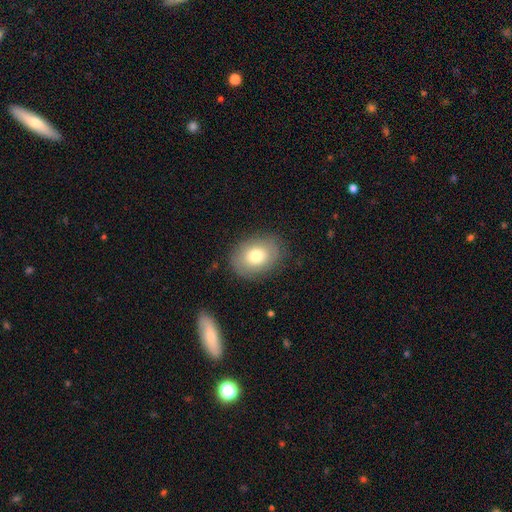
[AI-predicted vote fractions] This is likely a smooth galaxy (73%). How rounded: likely in between (60%). Merging: clearly none (83%).